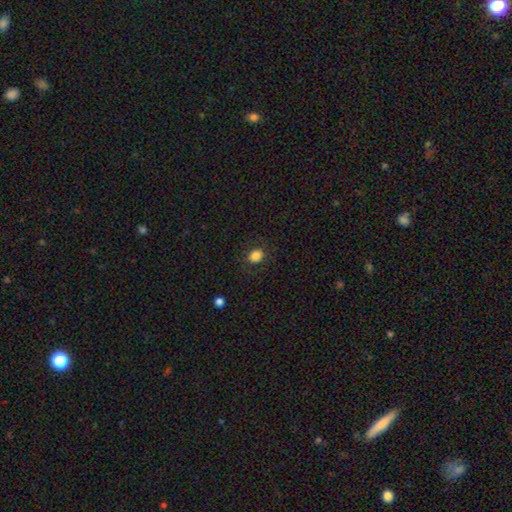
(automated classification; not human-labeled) This appears to be a smooth galaxy with no disk features (83%) that is round (58%). Merging: none (85%).